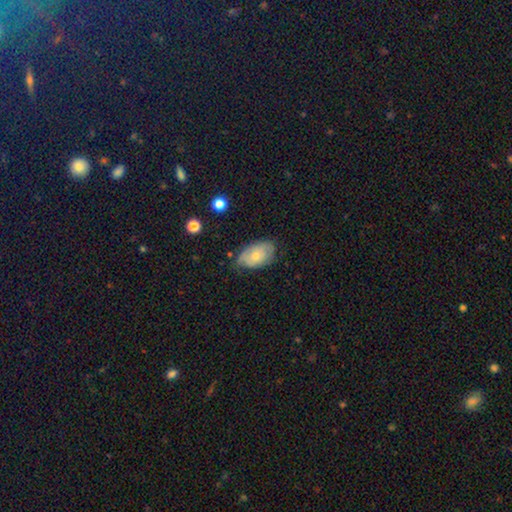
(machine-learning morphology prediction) Smooth or featured? featured or disk (47%)
Merging? none (62%)